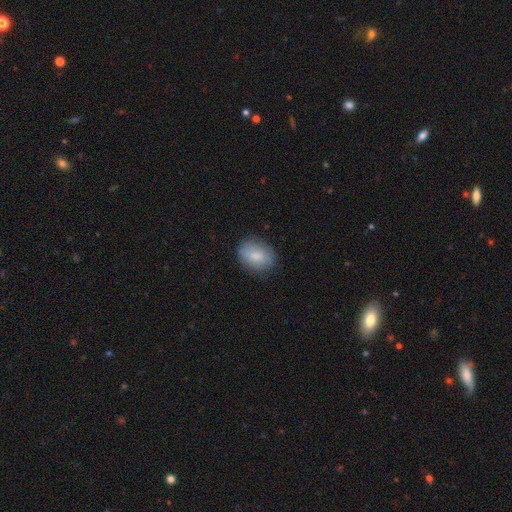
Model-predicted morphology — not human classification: smooth-or-featured: smooth: 81% | featured or disk: 12% | star or artifact: 7%
  how-rounded: in between: 68% | round: 31% | cigar-shaped: 1%
  merging: none: 81% | minor disturbance: 14% | major disturbance: 4% | merger: 1%